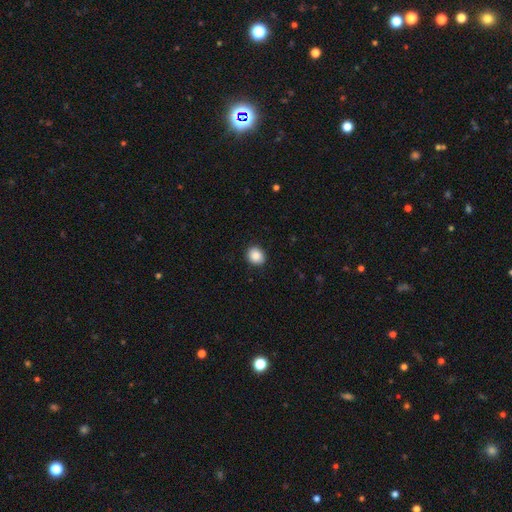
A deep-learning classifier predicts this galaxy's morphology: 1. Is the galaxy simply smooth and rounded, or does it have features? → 88% smooth, 9% star or artifact, 3% featured or disk.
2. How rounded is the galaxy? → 73% round, 26% in between, 1% cigar-shaped.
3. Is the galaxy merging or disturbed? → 89% none, 8% minor disturbance, 2% major disturbance, 1% merger.